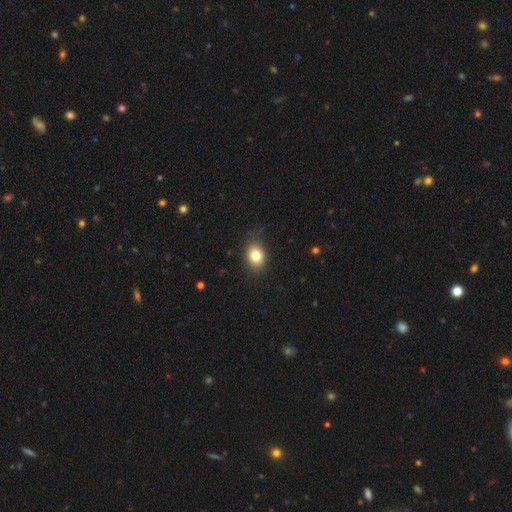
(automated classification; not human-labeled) The model was most divided on "how rounded": in between: 63%, round: 36%, cigar-shaped: 1%. More confident: smooth or featured — smooth (81%); merging — none (80%).